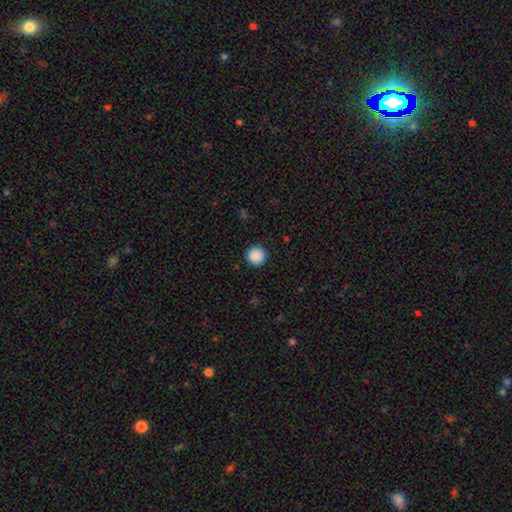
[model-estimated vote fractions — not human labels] Smooth or featured?
  - smooth: 89% *
  - star or artifact: 9%
  - featured or disk: 2%
How rounded?
  - round: 96% *
  - in between: 3%
  - cigar-shaped: 1%
Merging?
  - none: 92% *
  - minor disturbance: 5%
  - major disturbance: 2%
  - merger: 1%